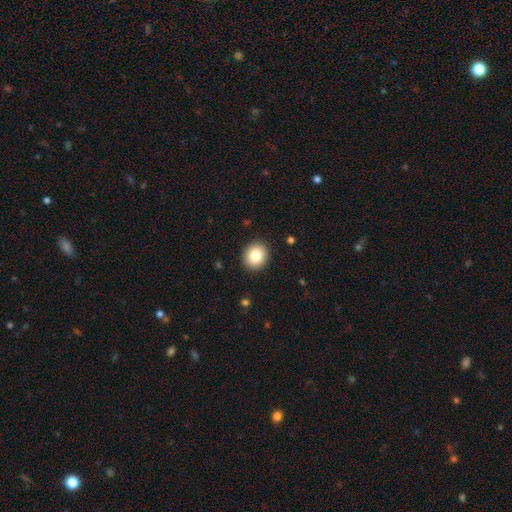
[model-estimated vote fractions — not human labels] The model was most divided on "how rounded": round: 76%, in between: 24%, cigar-shaped: 1%. More confident: merging — none (91%); smooth or featured — smooth (82%).